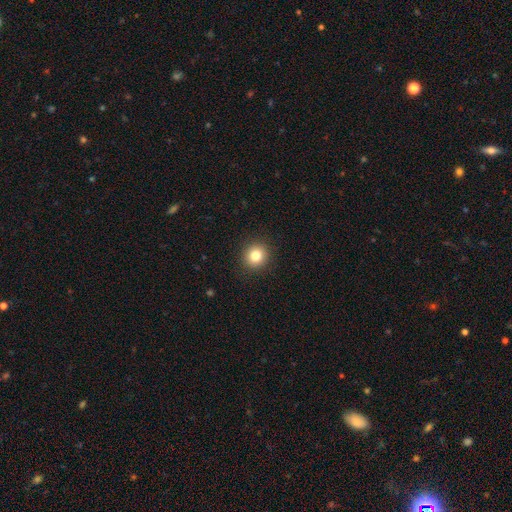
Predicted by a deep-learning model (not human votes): This appears to be a smooth galaxy with no disk features (82%) that is round (88%). Merging: none (92%).